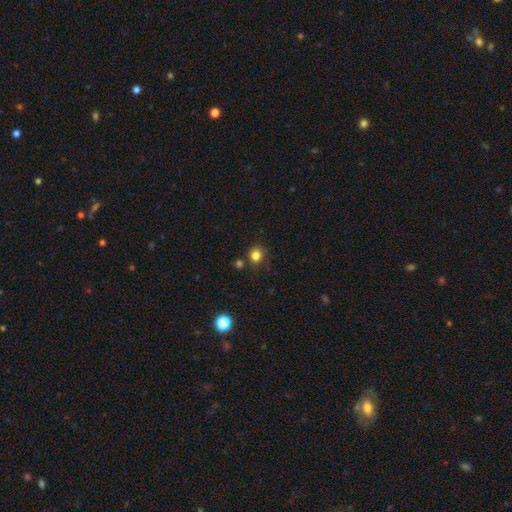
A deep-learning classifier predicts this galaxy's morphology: The model was most divided on "how rounded": round: 74%, in between: 25%, cigar-shaped: 1%. More confident: smooth or featured — smooth (82%); merging — none (77%).